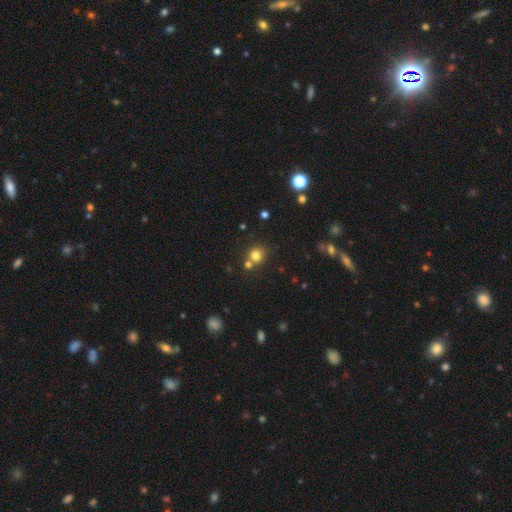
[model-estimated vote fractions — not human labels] This is likely a smooth galaxy (77%). How rounded: clearly round (87%). Merging: likely none (62%).